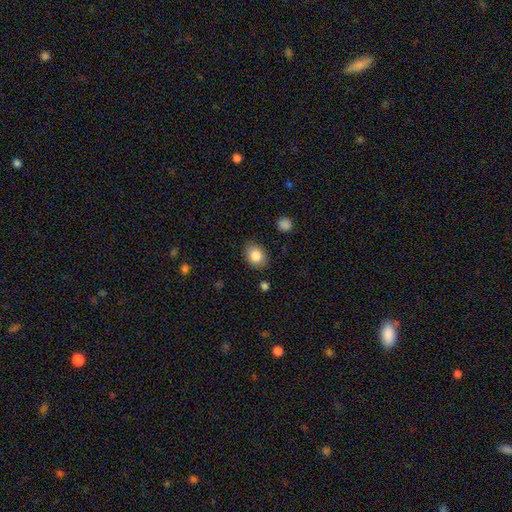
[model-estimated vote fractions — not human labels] smooth-or-featured: smooth: 85% | star or artifact: 8% | featured or disk: 7%
  how-rounded: in between: 62% | round: 37% | cigar-shaped: 1%
  merging: none: 82% | minor disturbance: 13% | major disturbance: 3% | merger: 2%